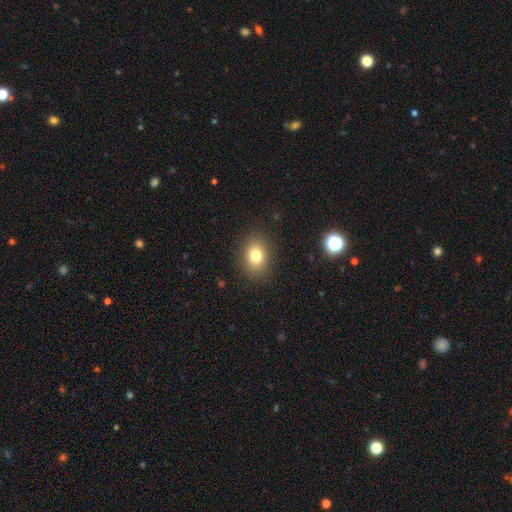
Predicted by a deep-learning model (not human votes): A smooth galaxy with no disk features (78%) that is in between round and cigar-shaped (60%). Merging: none (87%).